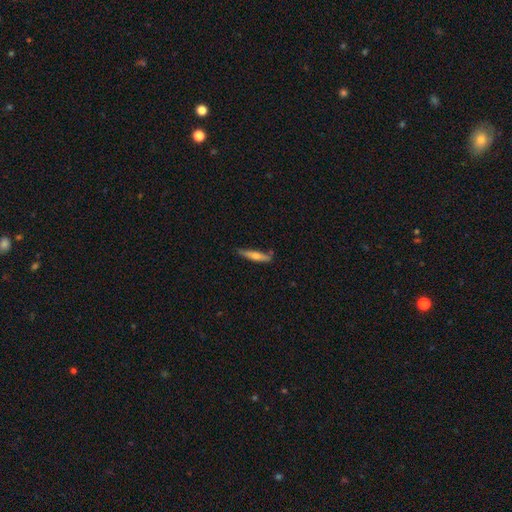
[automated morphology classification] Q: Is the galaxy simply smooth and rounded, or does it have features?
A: smooth — 49%.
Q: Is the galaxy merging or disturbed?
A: none — 73%.